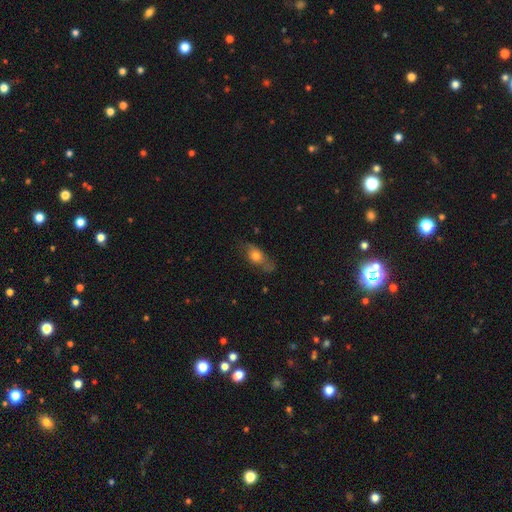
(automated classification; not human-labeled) This is possibly a smooth galaxy (57%). How rounded: likely in between (69%). Merging: possibly none (59%).